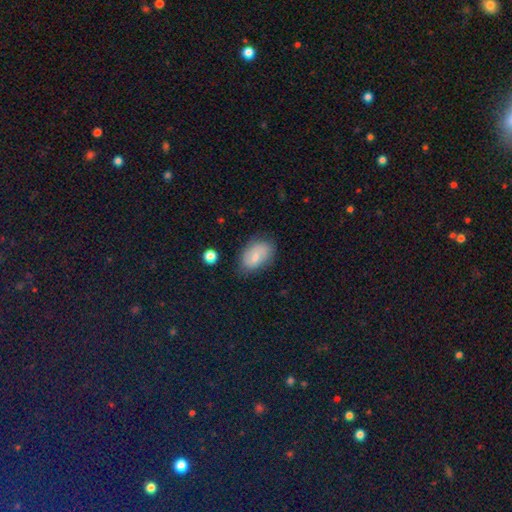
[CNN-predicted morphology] A smooth galaxy with no disk features (68%) that is in between round and cigar-shaped (90%). Merging: none (73%).